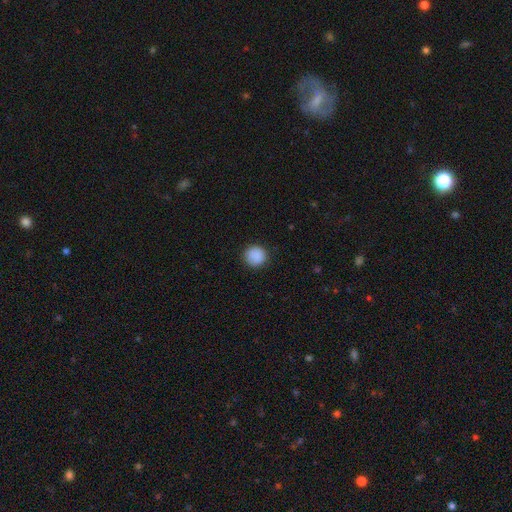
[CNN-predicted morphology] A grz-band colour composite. It shows a smooth galaxy with no disk features (89%) that is round (93%). Merging: none (91%).